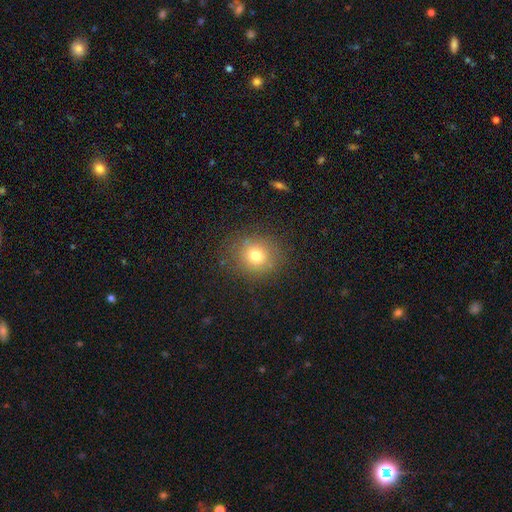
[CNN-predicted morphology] type=smooth (74%); roundness=round (82%); merging=none (84%).